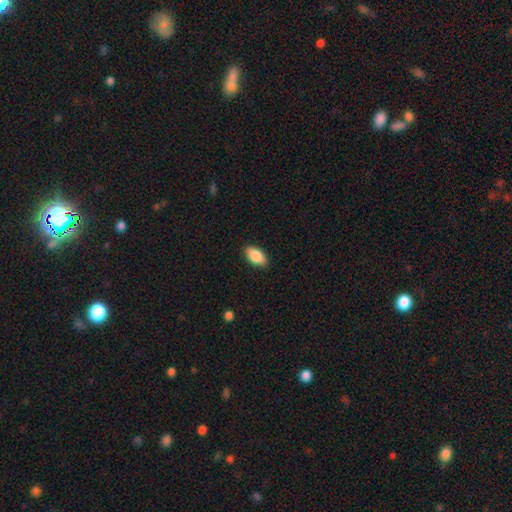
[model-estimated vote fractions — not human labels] A smooth galaxy with no disk features (87%) that is in between round and cigar-shaped (93%).

Vote fractions:
- Smooth or featured? smooth: 87% / star or artifact: 7% / featured or disk: 6%
- How rounded? in between: 93% / round: 4% / cigar-shaped: 3%
- Merging? none: 89% / minor disturbance: 9% / major disturbance: 2% / merger: 1%